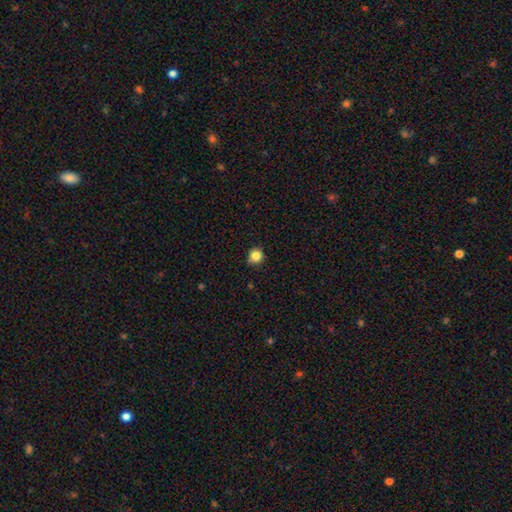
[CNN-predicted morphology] A smooth galaxy with no disk features (84%) that is round (91%). Merging: none (81%).